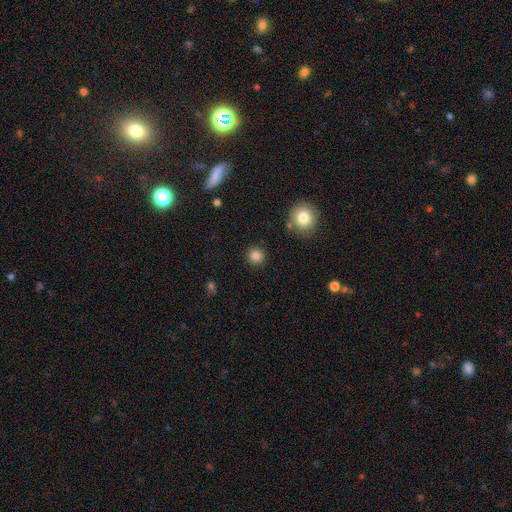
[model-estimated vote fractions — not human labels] Smooth or featured: smooth — 84% (star or artifact — 12%)
How rounded: round — 94% (in between — 5%)
Merging: none — 90% (minor disturbance — 6%)